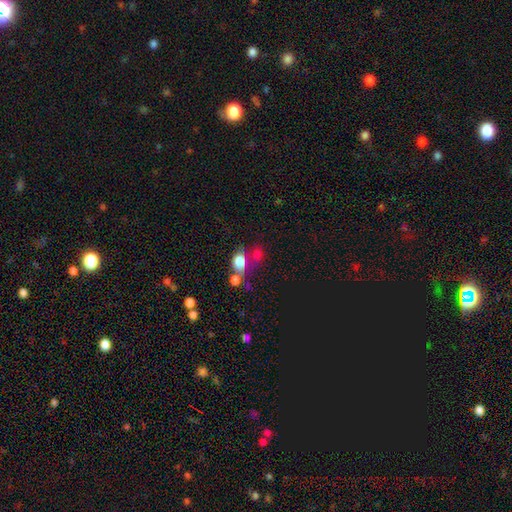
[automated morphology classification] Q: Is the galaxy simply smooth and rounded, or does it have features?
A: smooth — 70%.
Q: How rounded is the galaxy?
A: round — 53%.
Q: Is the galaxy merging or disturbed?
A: none — 41%.